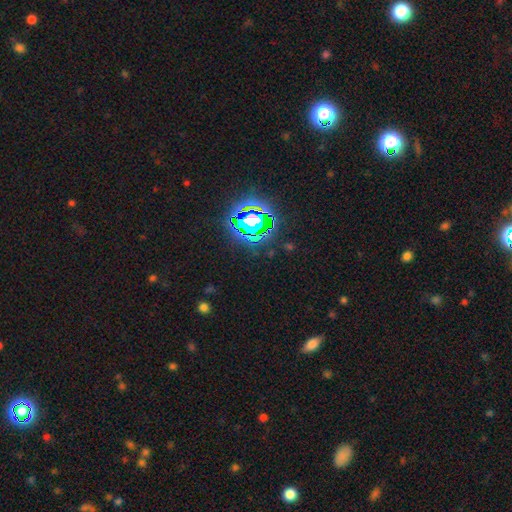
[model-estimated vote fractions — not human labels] A star or artifact, not a galaxy (77%).